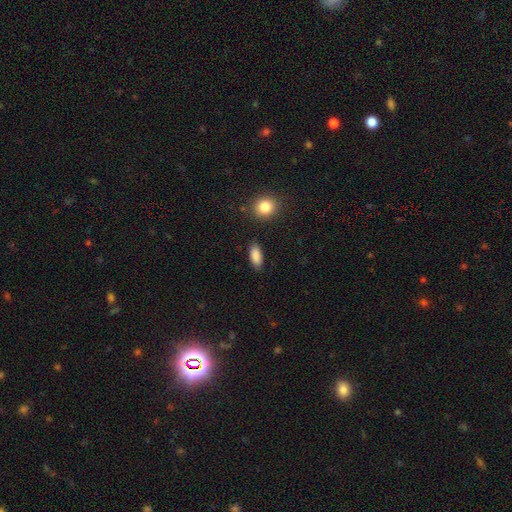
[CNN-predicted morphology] smooth_or_featured: smooth (p=0.88) [alt: star or artifact p=0.07]
how_rounded: in between (p=0.87) [alt: cigar-shaped p=0.09]
merging: none (p=0.84) [alt: minor disturbance p=0.11]